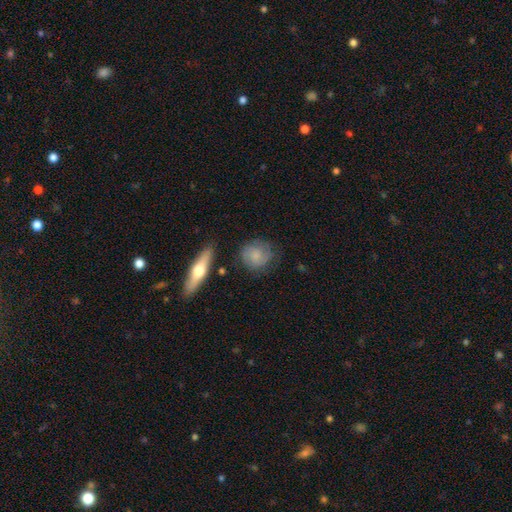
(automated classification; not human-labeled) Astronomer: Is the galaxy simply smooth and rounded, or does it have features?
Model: smooth — 61%.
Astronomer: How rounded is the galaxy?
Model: round — 75%.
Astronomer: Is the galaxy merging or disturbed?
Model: none — 71%.